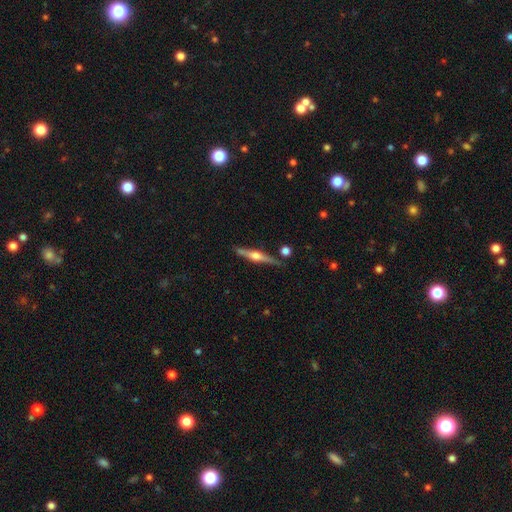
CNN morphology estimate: A featured or disk galaxy (74%) viewed edge-on (98%) with a rounded central bulge (90%).

Vote fractions:
- Smooth or featured? featured or disk: 74% / smooth: 20% / star or artifact: 6%
- Edge-on disk? yes: 98% / no: 2%
- Edge-on bulge? rounded: 90% / boxy: 7% / none: 3%
- Merging? none: 83% / minor disturbance: 11% / merger: 4% / major disturbance: 2%